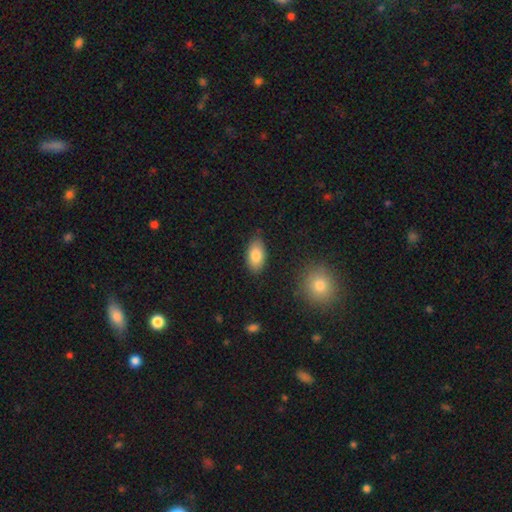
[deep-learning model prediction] This is clearly a smooth galaxy (82%). How rounded: clearly in between (94%). Merging: clearly none (83%).